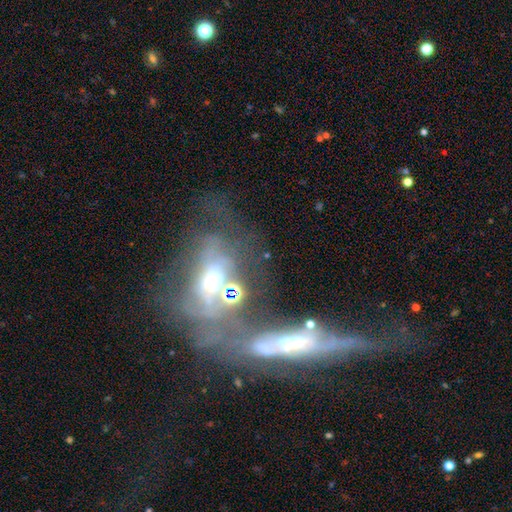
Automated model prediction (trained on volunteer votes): Smooth or featured? Predicted: featured or disk (p=0.69). Edge-on disk? Predicted: no (p=0.65). Merging? Predicted: merger (p=0.57).